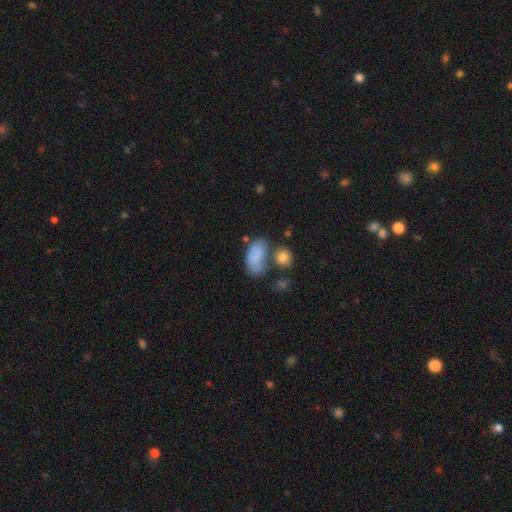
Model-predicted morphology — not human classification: Smooth or featured? smooth (79%)
How rounded? in between (92%)
Merging? none (40%)